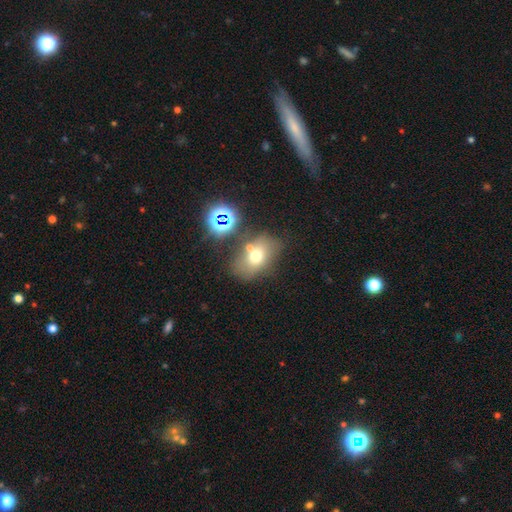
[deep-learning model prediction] This appears to be a smooth galaxy with no disk features (64%) that is in between round and cigar-shaped (74%). Merging: none (58%).